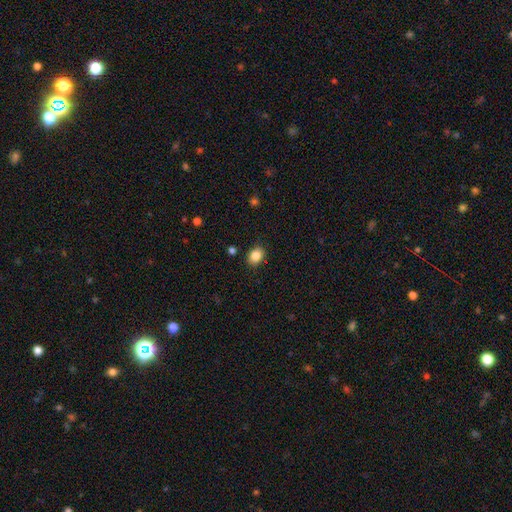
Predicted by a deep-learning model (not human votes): Smooth or featured: smooth — 86% (star or artifact — 9%)
How rounded: in between — 68% (round — 32%)
Merging: none — 88% (minor disturbance — 8%)